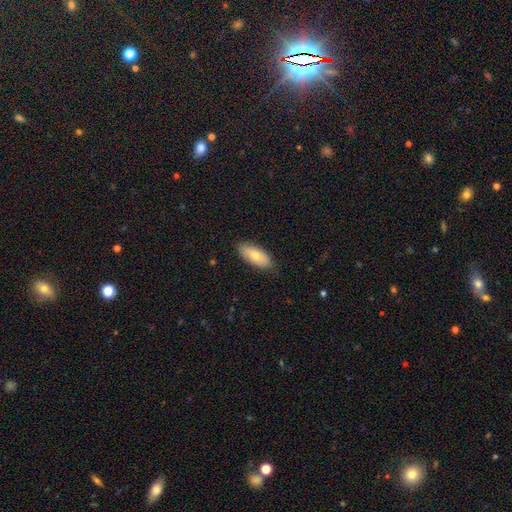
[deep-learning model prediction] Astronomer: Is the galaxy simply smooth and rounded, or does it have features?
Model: smooth — 74%.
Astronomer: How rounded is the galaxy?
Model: in between — 85%.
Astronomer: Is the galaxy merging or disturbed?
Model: none — 85%.